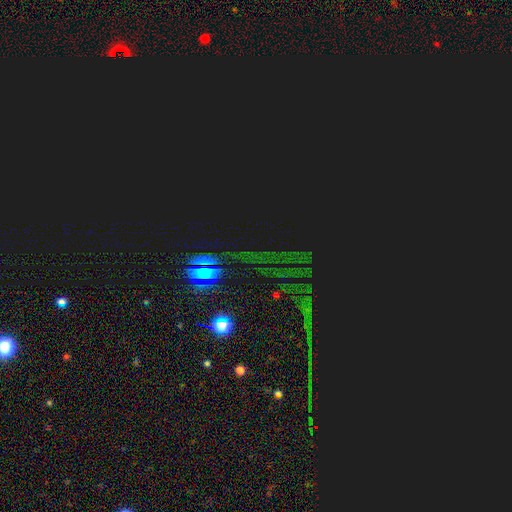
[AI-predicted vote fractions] This appears to be a star or artifact, not a galaxy (78%).